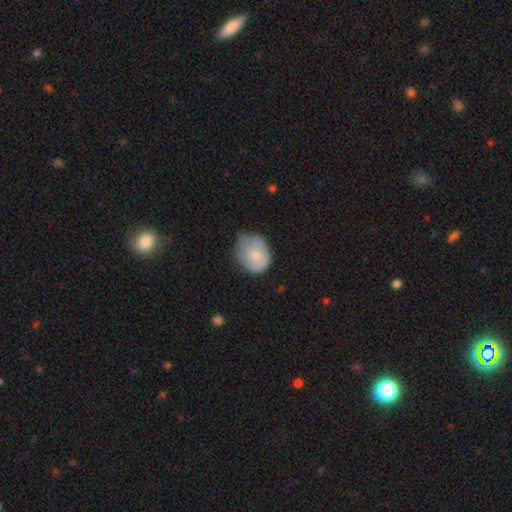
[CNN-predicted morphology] Q: Smooth or featured?
A: smooth (64%); runner-up: featured or disk (29%)
Q: How rounded?
A: round (51%); runner-up: in between (48%)
Q: Merging?
A: minor disturbance (43%); runner-up: none (38%)